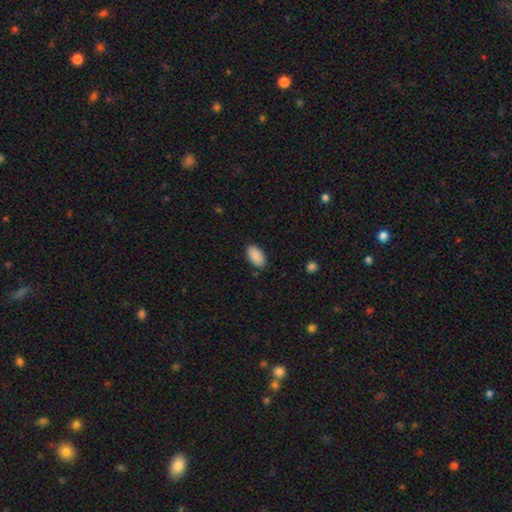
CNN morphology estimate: This appears to be a smooth galaxy with no disk features (90%) that is in between round and cigar-shaped (95%). Merging: none (86%).